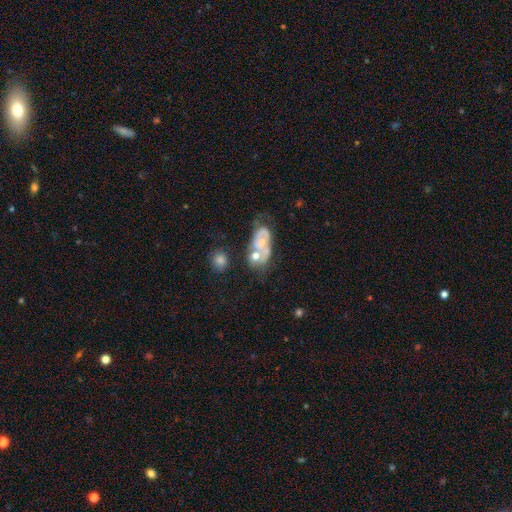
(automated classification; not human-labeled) Smooth or featured: featured or disk — 51% (smooth — 39%)
Edge-on disk: no — 95% (yes — 5%)
Merging: merger — 47% (none — 23%)